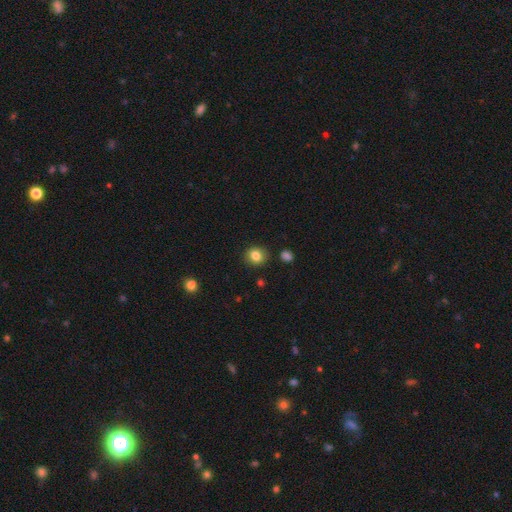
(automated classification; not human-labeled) Smooth or featured: smooth — 83% (star or artifact — 10%)
How rounded: round — 77% (in between — 22%)
Merging: none — 88% (minor disturbance — 8%)